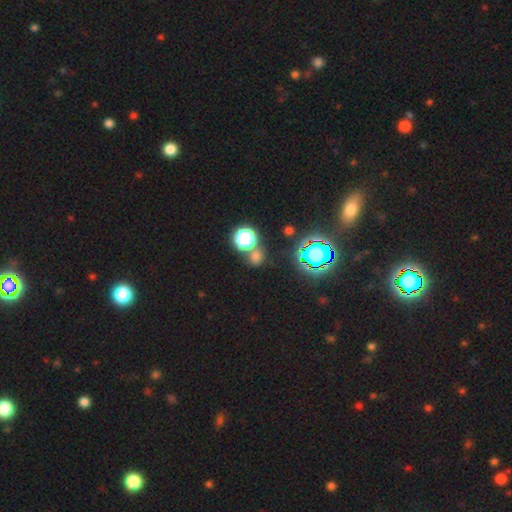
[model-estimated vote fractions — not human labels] A smooth galaxy with no disk features (63%) that is round (82%). Merging: none (53%).